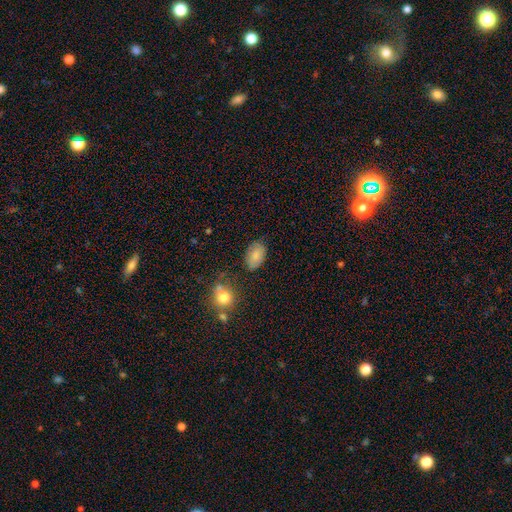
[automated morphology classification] A smooth galaxy with no disk features (83%) that is in between round and cigar-shaped (90%). Merging: none (75%).